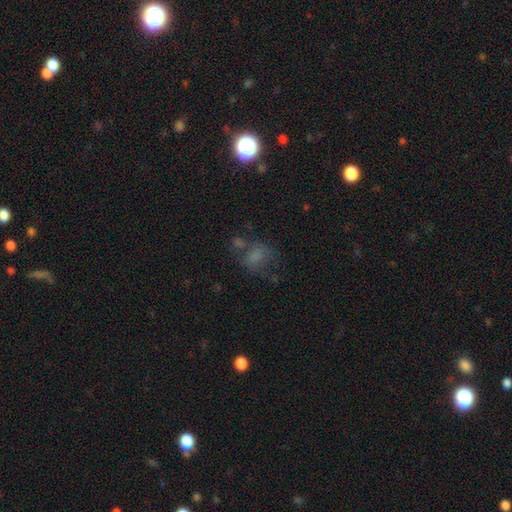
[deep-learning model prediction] Smooth or featured? Predicted: smooth (p=0.61). How rounded? Predicted: in between (p=0.50). Merging? Predicted: none (p=0.40).